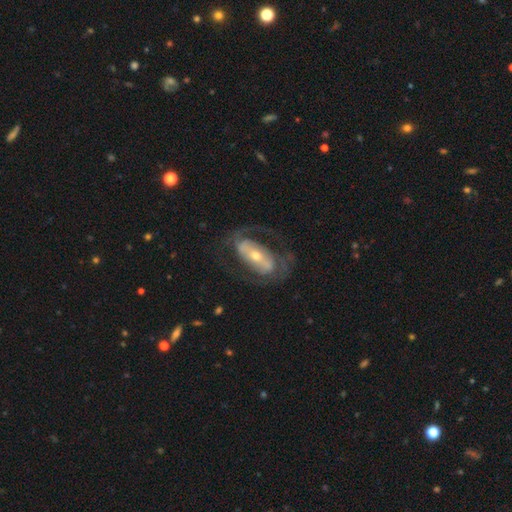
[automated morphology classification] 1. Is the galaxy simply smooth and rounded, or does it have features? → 79% featured or disk, 16% smooth, 6% star or artifact.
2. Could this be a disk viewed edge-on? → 92% no, 8% yes.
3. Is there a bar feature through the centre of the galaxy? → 48% strong, 26% weak, 26% no.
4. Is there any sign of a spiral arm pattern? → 78% yes, 22% no.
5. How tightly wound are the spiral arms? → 46% medium, 33% tight, 21% loose.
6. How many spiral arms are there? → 77% 2, 13% can't tell, 4% 1, 3% 3, 1% 4, 1% more than 4.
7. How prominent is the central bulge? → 50% small, 44% moderate, 4% large, 1% dominant, 1% none.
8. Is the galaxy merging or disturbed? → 63% none, 19% major disturbance, 16% minor disturbance, 2% merger.